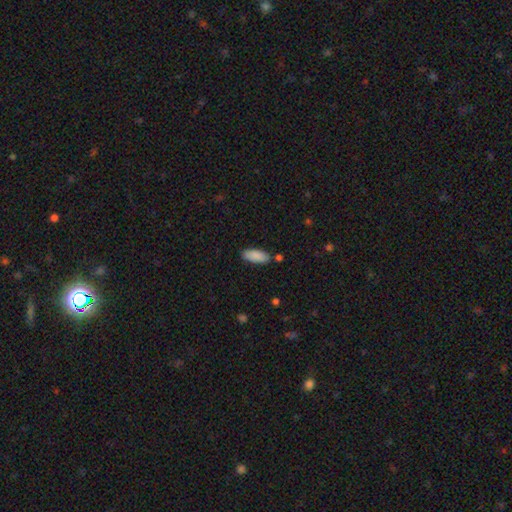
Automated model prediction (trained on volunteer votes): This appears to be a smooth galaxy with no disk features (89%) that is in between round and cigar-shaped (80%). Merging: none (81%).